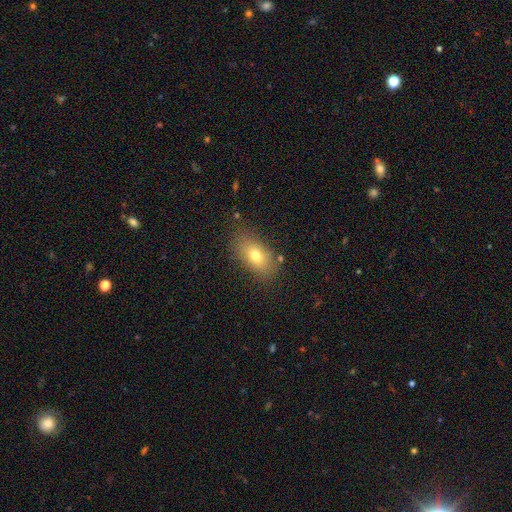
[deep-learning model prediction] A smooth galaxy with no disk features (72%) that is in between round and cigar-shaped (86%).

Vote fractions:
- Smooth or featured? smooth: 72% / featured or disk: 16% / star or artifact: 11%
- How rounded? in between: 86% / round: 11% / cigar-shaped: 4%
- Merging? none: 80% / minor disturbance: 14% / major disturbance: 4% / merger: 2%